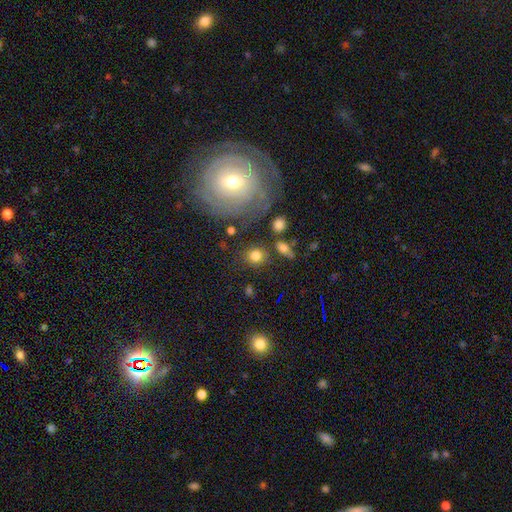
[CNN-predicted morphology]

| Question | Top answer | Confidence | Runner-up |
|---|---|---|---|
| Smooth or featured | smooth | 80% | star or artifact (11%) |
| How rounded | round | 78% | in between (21%) |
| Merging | none | 76% | minor disturbance (11%) |